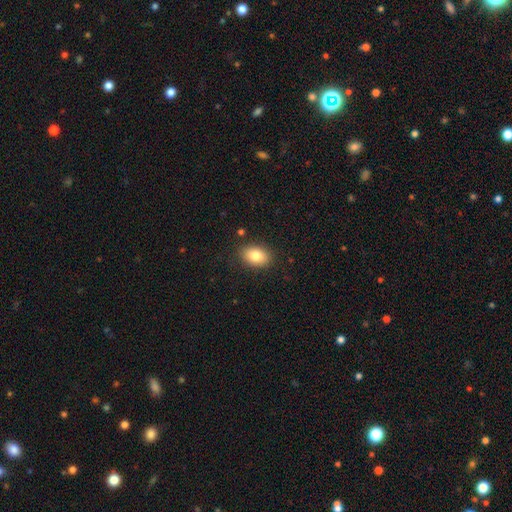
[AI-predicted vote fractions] This appears to be a smooth galaxy with no disk features (84%) that is in between round and cigar-shaped (84%). Merging: none (87%).